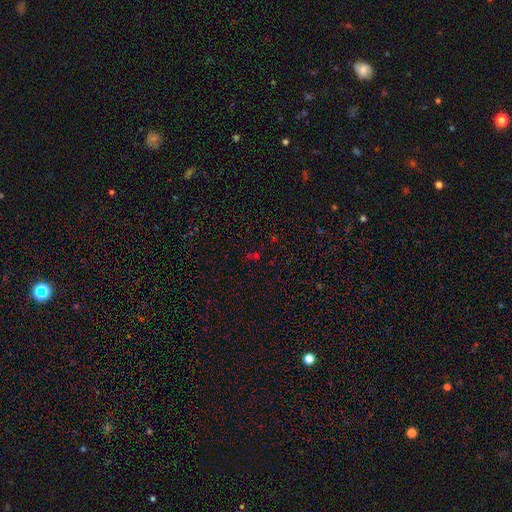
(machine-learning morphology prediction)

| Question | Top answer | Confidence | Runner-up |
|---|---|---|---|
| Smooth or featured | star or artifact | 58% | smooth (31%) |